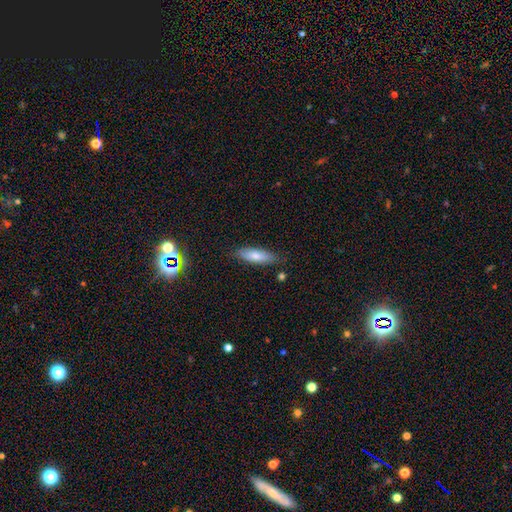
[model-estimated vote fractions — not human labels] Smooth or featured? Predicted: smooth (p=0.76). How rounded? Predicted: in between (p=0.55). Merging? Predicted: none (p=0.80).